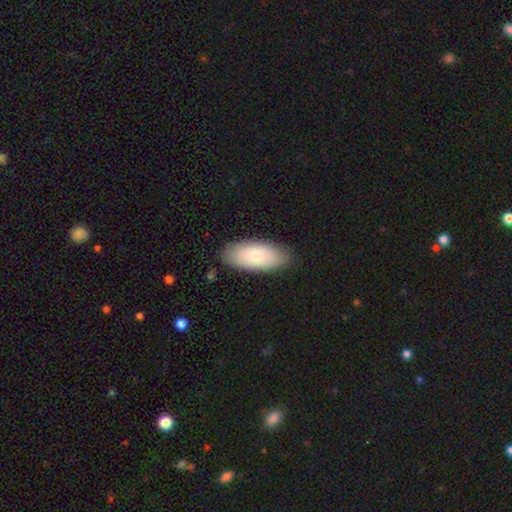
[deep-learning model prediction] This is likely a smooth galaxy (73%). How rounded: clearly in between (91%). Merging: clearly none (85%).